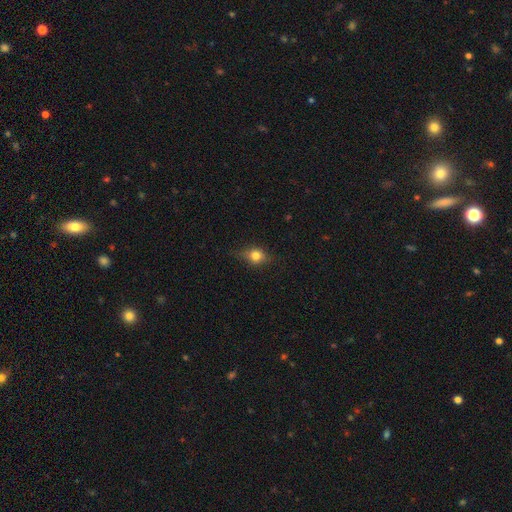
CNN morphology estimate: smooth-or-featured: smooth: 70% | featured or disk: 18% | star or artifact: 11%
  how-rounded: round: 51% | in between: 45% | cigar-shaped: 4%
  merging: none: 72% | minor disturbance: 21% | major disturbance: 5% | merger: 1%